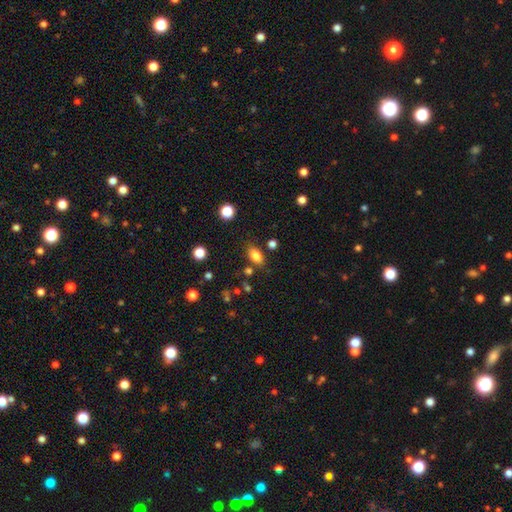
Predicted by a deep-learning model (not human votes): The model was most divided on "merging": none: 78%, minor disturbance: 13%, merger: 5%, major disturbance: 4%. More confident: how rounded — in between (87%); smooth or featured — smooth (83%).